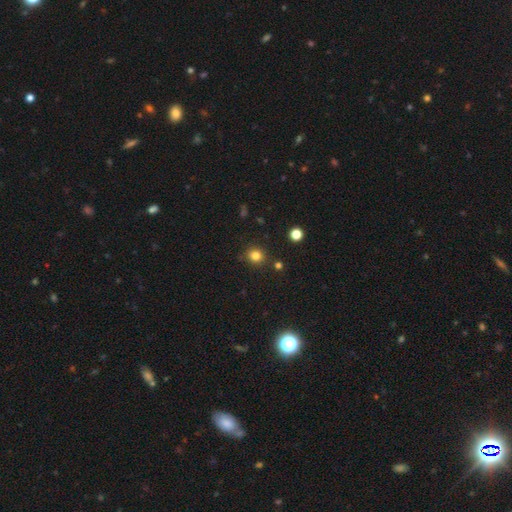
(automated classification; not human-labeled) This is clearly a smooth galaxy (81%). How rounded: clearly round (86%). Merging: clearly none (86%).